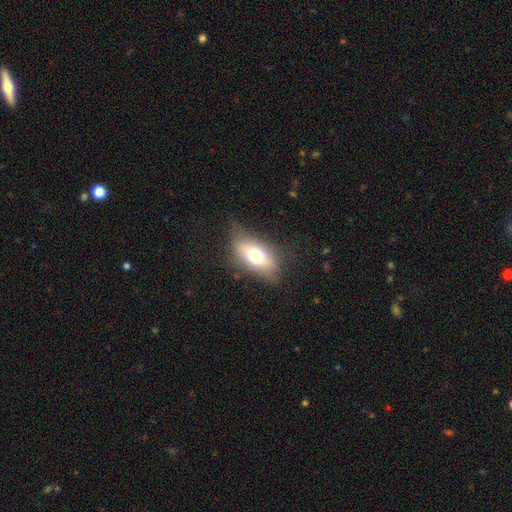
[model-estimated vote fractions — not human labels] Overall: smooth (65%; featured or disk 27%). How rounded: in between (84%). Merging: none (65%).